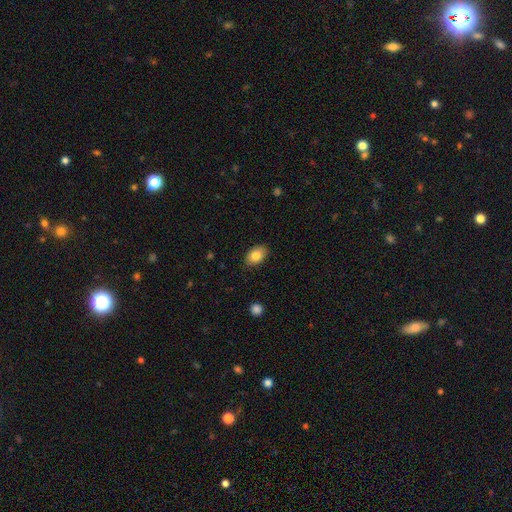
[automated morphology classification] Smooth or featured? Predicted: smooth (p=0.84). How rounded? Predicted: in between (p=0.86). Merging? Predicted: none (p=0.86).